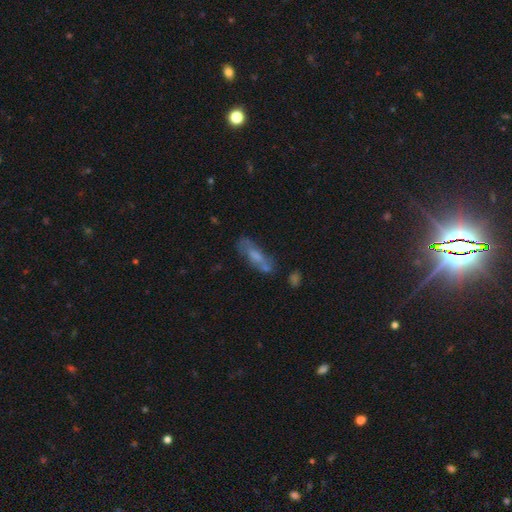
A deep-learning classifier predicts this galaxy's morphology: Smooth or featured? Predicted: smooth (p=0.54). How rounded? Predicted: cigar-shaped (p=0.55). Merging? Predicted: none (p=0.53).